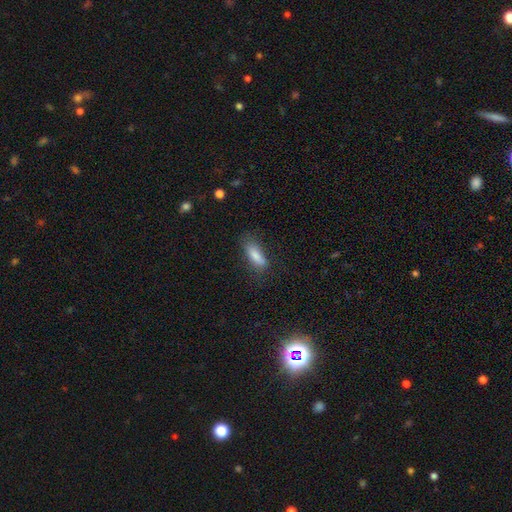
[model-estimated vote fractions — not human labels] smooth-or-featured: smooth: 82% | featured or disk: 10% | star or artifact: 8%
  how-rounded: in between: 59% | cigar-shaped: 38% | round: 2%
  merging: none: 66% | minor disturbance: 23% | major disturbance: 9% | merger: 2%